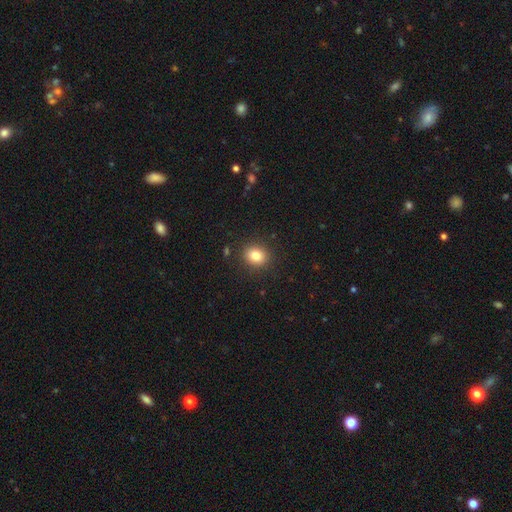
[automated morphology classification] Smooth or featured?
  - smooth: 82% *
  - star or artifact: 11%
  - featured or disk: 7%
How rounded?
  - round: 69% *
  - in between: 31%
  - cigar-shaped: 1%
Merging?
  - none: 89% *
  - minor disturbance: 7%
  - major disturbance: 2%
  - merger: 1%